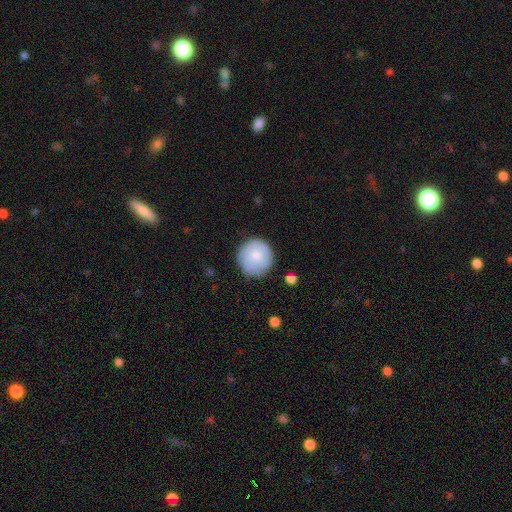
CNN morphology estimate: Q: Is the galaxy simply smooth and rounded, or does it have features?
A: smooth — 72%.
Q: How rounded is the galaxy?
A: round — 94%.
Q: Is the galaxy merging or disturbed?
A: none — 80%.